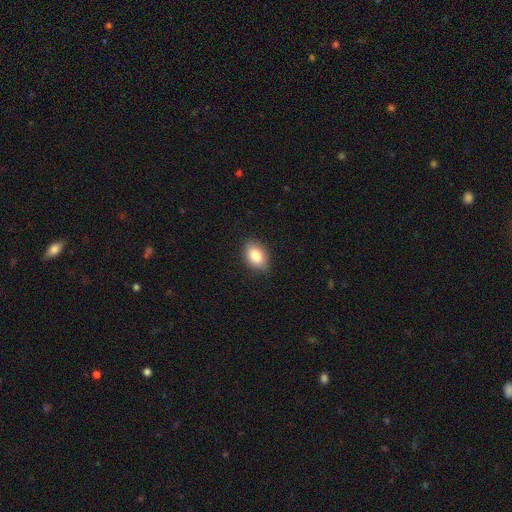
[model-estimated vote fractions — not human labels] A smooth galaxy with no disk features (83%) that is in between round and cigar-shaped (82%). Merging: none (85%).